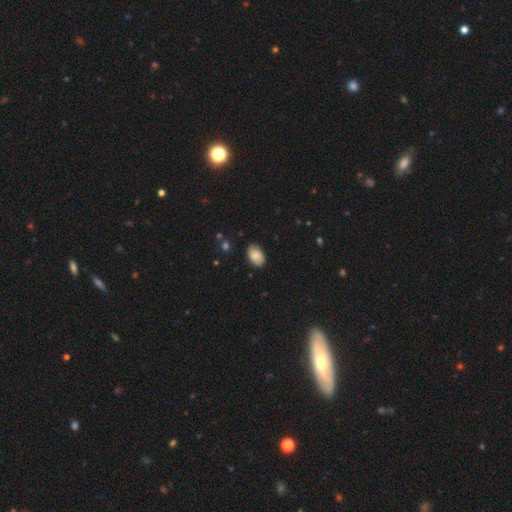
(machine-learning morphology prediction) Smooth or featured: smooth — 84% (featured or disk — 9%)
How rounded: in between — 91% (round — 8%)
Merging: none — 84% (minor disturbance — 12%)